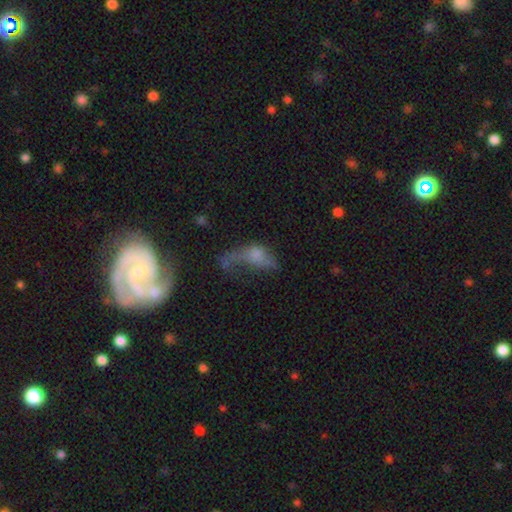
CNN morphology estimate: Smooth or featured?
  - smooth: 50% *
  - featured or disk: 34%
  - star or artifact: 15%
How rounded?
  - in between: 76% *
  - cigar-shaped: 13%
  - round: 11%
Merging?
  - major disturbance: 54% *
  - none: 18%
  - minor disturbance: 16%
  - merger: 11%